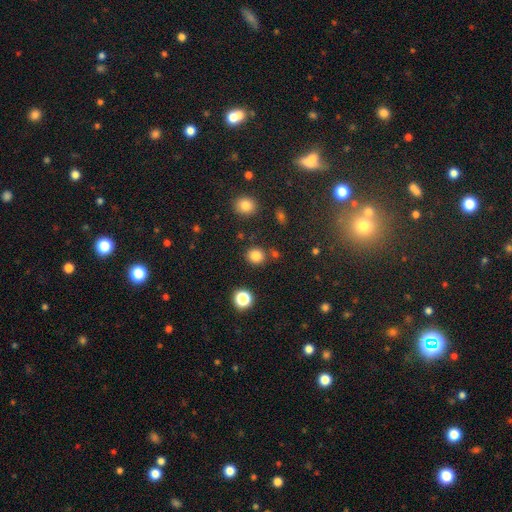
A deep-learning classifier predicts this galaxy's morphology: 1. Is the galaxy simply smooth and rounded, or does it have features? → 82% smooth, 13% star or artifact, 5% featured or disk.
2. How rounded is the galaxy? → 82% round, 17% in between, 1% cigar-shaped.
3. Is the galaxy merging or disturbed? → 82% none, 9% minor disturbance, 6% merger, 3% major disturbance.